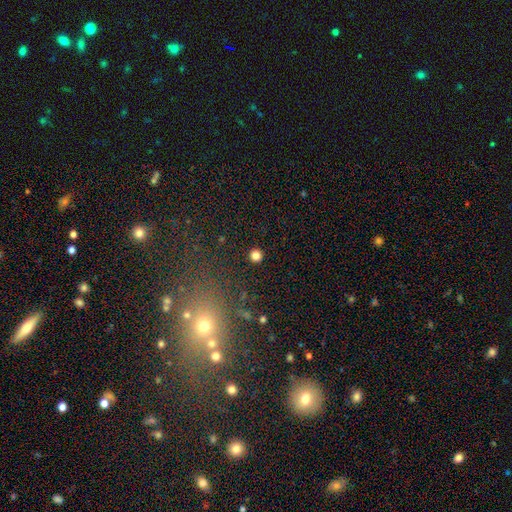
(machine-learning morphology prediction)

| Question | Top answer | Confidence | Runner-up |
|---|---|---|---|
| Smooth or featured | smooth | 82% | star or artifact (14%) |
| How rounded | round | 94% | in between (5%) |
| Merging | none | 93% | minor disturbance (4%) |